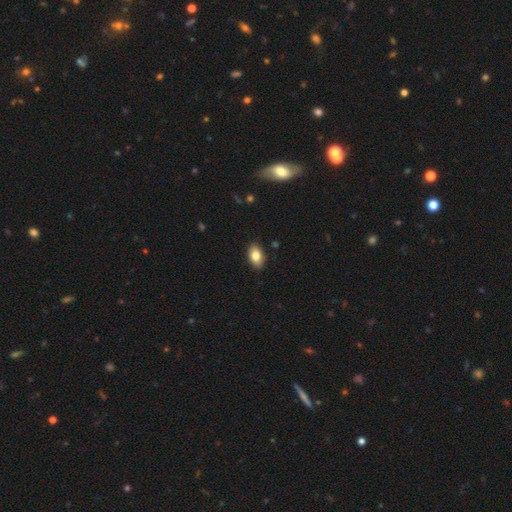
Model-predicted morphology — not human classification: This appears to be a smooth galaxy with no disk features (83%) that is in between round and cigar-shaped (91%). Merging: none (89%).